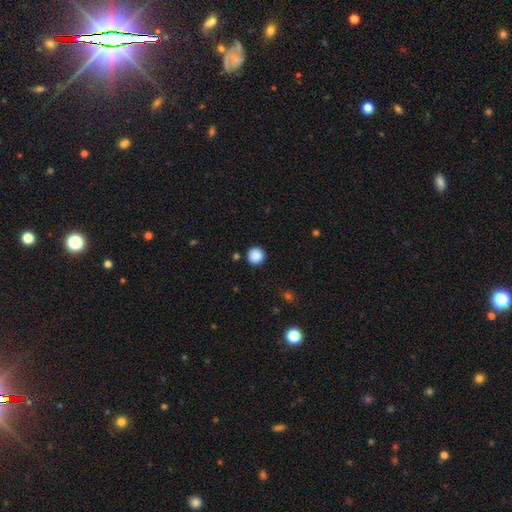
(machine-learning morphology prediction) type=smooth (88%); roundness=round (95%); merging=none (90%).